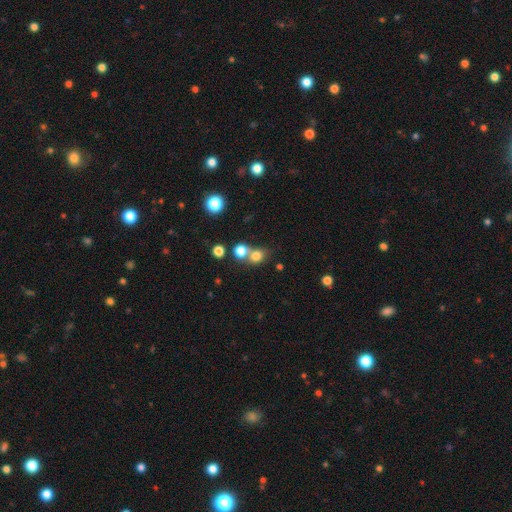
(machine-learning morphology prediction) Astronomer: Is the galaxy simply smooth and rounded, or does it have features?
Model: smooth — 76%.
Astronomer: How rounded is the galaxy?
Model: round — 74%.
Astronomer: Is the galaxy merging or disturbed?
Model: merger — 46% (runner-up: none, 43%).